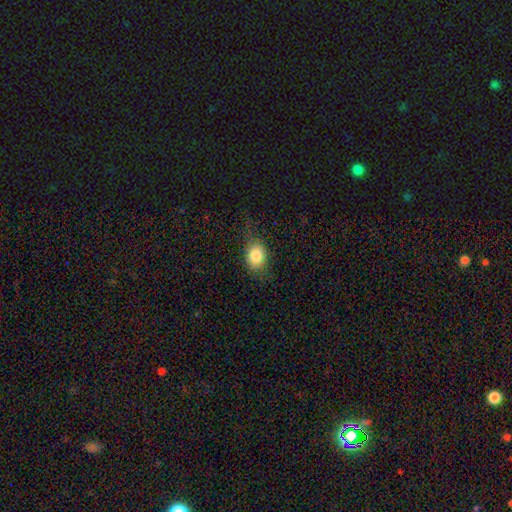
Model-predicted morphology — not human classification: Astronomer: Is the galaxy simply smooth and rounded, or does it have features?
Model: smooth — 82%.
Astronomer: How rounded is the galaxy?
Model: in between — 56% (runner-up: round, 42%).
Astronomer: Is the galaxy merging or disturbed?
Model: none — 70%.